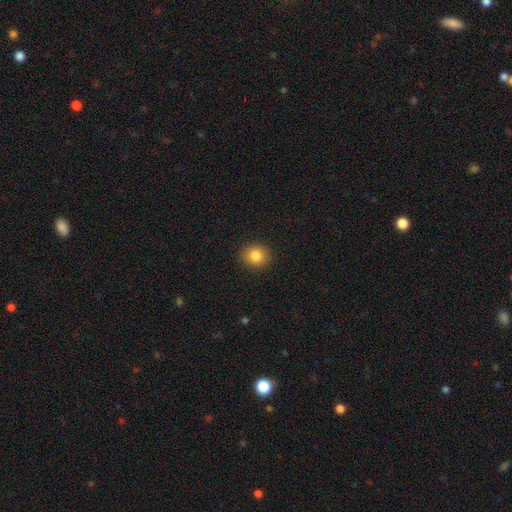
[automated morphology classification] Smooth or featured? smooth (84%)
How rounded? round (76%)
Merging? none (90%)